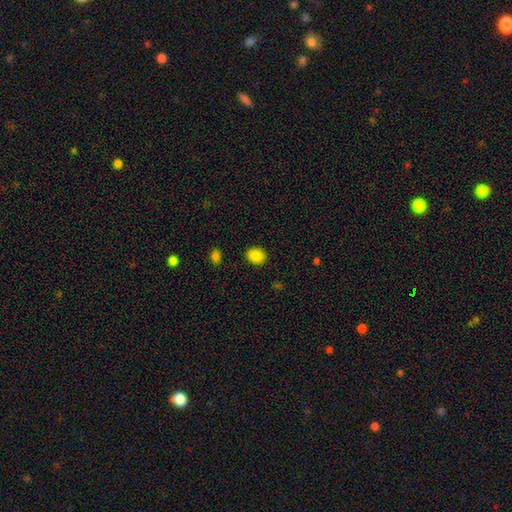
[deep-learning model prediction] Q: Smooth or featured?
A: smooth (87%); runner-up: star or artifact (10%)
Q: How rounded?
A: in between (52%); runner-up: round (48%)
Q: Merging?
A: none (88%); runner-up: minor disturbance (8%)